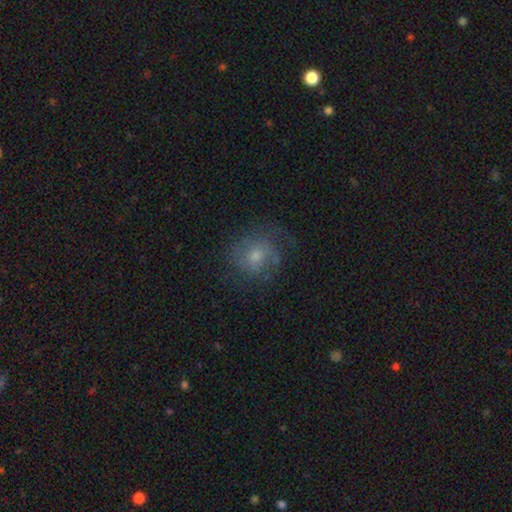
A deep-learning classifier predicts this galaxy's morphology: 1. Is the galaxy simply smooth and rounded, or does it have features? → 49% featured or disk, 38% smooth, 13% star or artifact.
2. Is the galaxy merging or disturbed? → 67% none, 19% minor disturbance, 12% major disturbance, 1% merger.